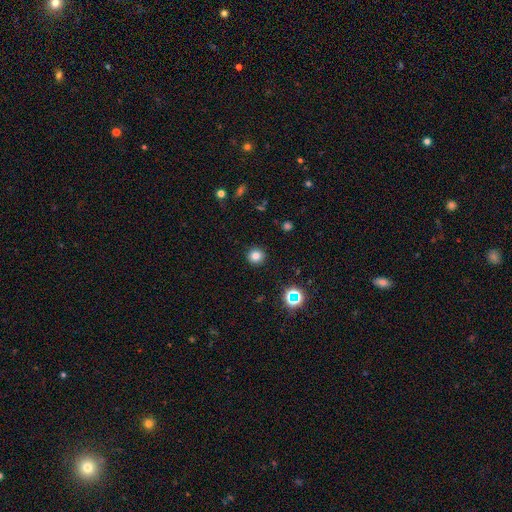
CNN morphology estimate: This appears to be a smooth galaxy with no disk features (79%) that is round (93%). Merging: none (92%).